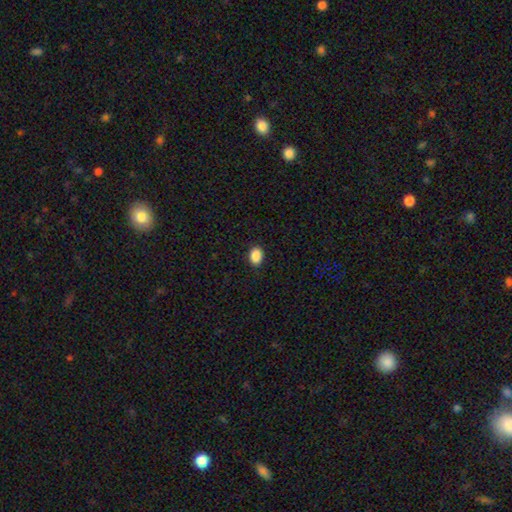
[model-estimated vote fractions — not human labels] Smooth or featured: smooth — 89% (star or artifact — 8%)
How rounded: in between — 73% (round — 26%)
Merging: none — 90% (minor disturbance — 7%)